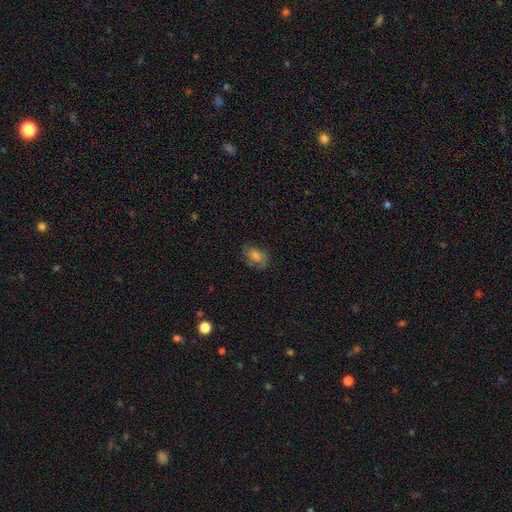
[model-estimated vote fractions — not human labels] smooth_or_featured: smooth (p=0.65) [alt: featured or disk p=0.20]
how_rounded: in between (p=0.80) [alt: round p=0.17]
merging: none (p=0.72) [alt: minor disturbance p=0.20]